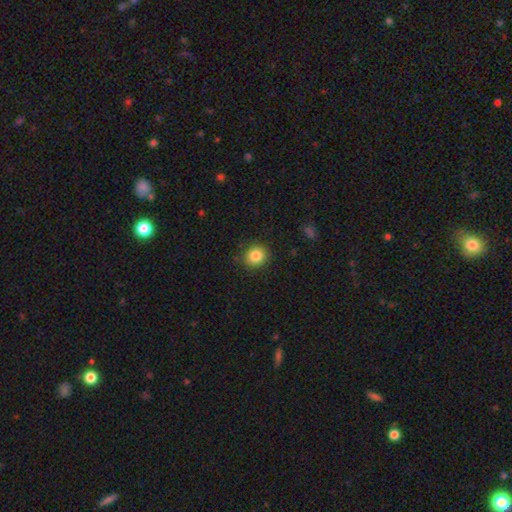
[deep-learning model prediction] smooth_or_featured: smooth (p=0.84) [alt: star or artifact p=0.10]
how_rounded: round (p=0.85) [alt: in between p=0.14]
merging: none (p=0.87) [alt: minor disturbance p=0.09]